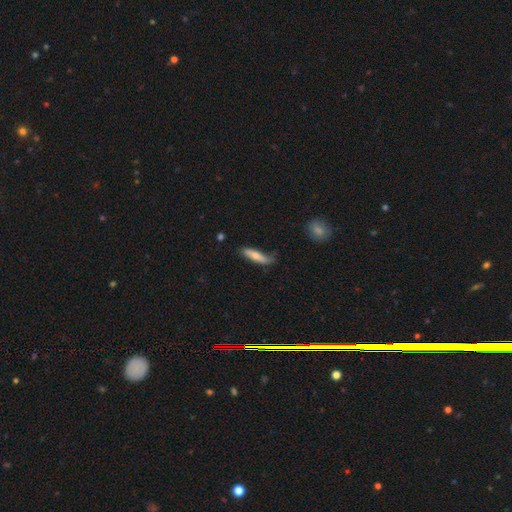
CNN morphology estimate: Smooth or featured? Predicted: smooth (p=0.70). How rounded? Predicted: cigar-shaped (p=0.72). Merging? Predicted: none (p=0.58).